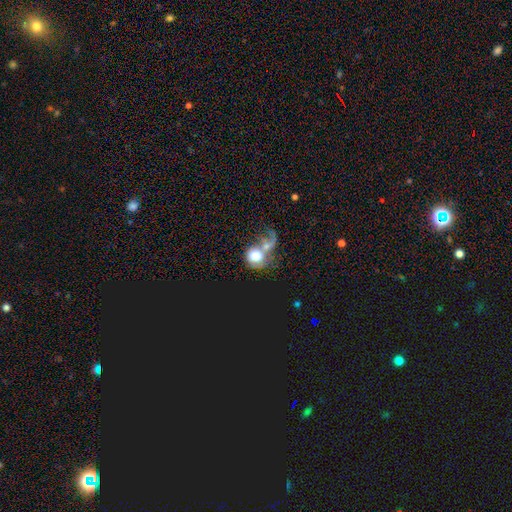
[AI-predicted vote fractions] Q: Smooth or featured?
A: smooth (55%); runner-up: featured or disk (33%)
Q: How rounded?
A: round (67%); runner-up: in between (32%)
Q: Merging?
A: merger (65%); runner-up: major disturbance (16%)